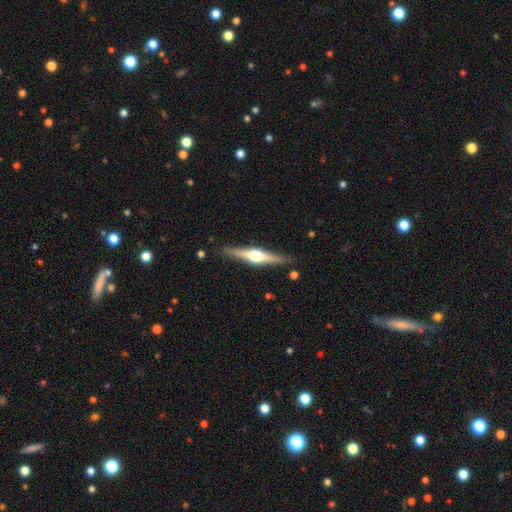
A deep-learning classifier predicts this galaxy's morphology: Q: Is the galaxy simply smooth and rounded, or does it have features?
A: featured or disk — 74%.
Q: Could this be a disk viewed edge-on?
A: yes — 98%.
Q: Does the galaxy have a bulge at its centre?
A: rounded — 94%.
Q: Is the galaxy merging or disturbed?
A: none — 87%.